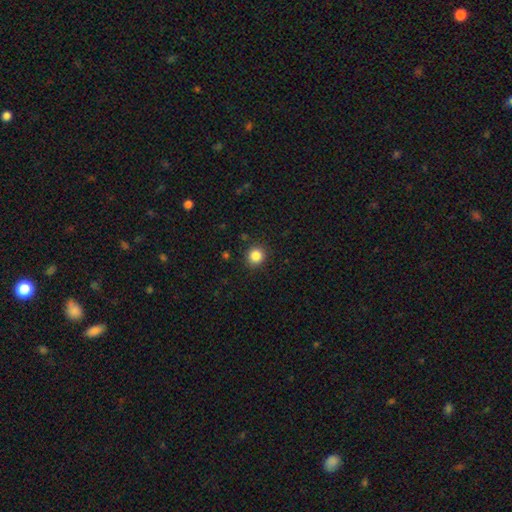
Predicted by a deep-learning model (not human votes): Q: Smooth or featured?
A: smooth (86%); runner-up: star or artifact (11%)
Q: How rounded?
A: round (91%); runner-up: in between (8%)
Q: Merging?
A: none (90%); runner-up: minor disturbance (7%)